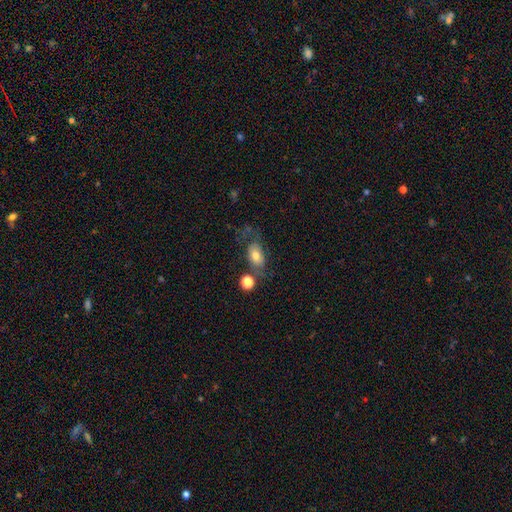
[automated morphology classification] Overall: smooth (68%). How rounded: in between (82%). Merging: none (45%; minor disturbance 21%).